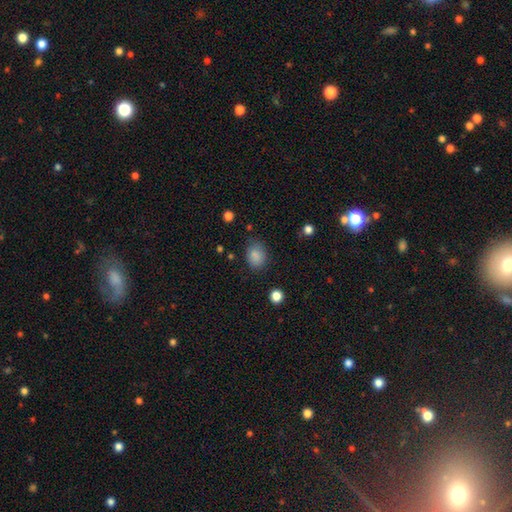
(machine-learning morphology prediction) The model was most divided on "how rounded": in between: 63%, round: 36%, cigar-shaped: 1%. More confident: smooth or featured — smooth (85%); merging — none (77%).